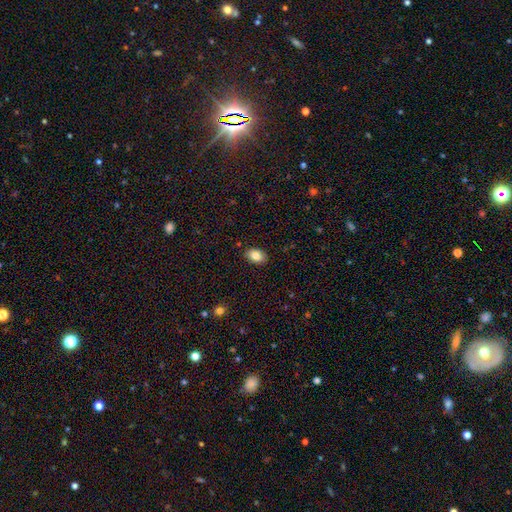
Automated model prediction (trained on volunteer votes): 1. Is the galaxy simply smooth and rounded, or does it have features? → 83% smooth, 9% featured or disk, 8% star or artifact.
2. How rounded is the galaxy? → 87% in between, 11% round, 1% cigar-shaped.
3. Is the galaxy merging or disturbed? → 88% none, 9% minor disturbance, 2% major disturbance, 1% merger.